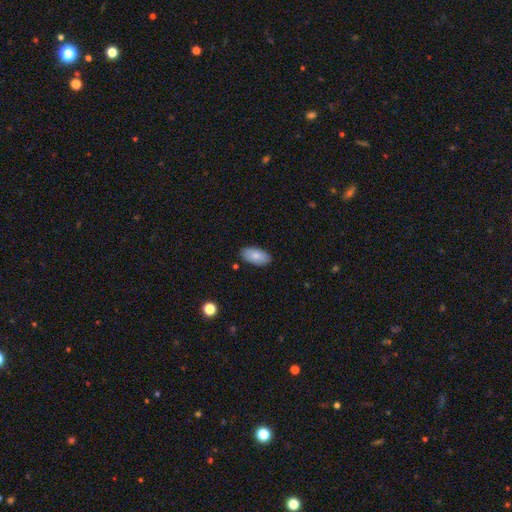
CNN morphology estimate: smooth_or_featured: smooth (p=0.83) [alt: featured or disk p=0.11]
how_rounded: in between (p=0.94) [alt: cigar-shaped p=0.03]
merging: none (p=0.86) [alt: minor disturbance p=0.10]